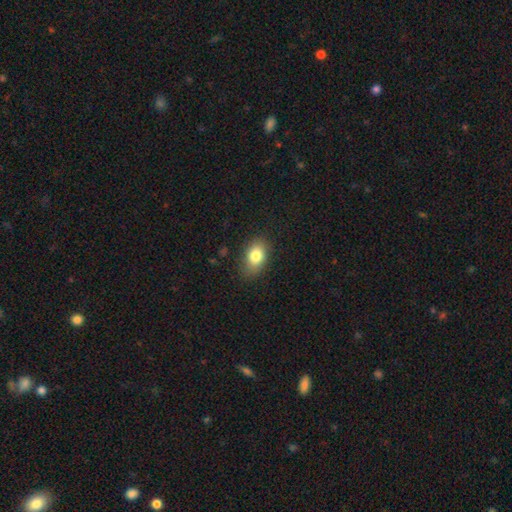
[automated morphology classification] A smooth galaxy with no disk features (81%) that is in between round and cigar-shaped (85%). Merging: none (80%).